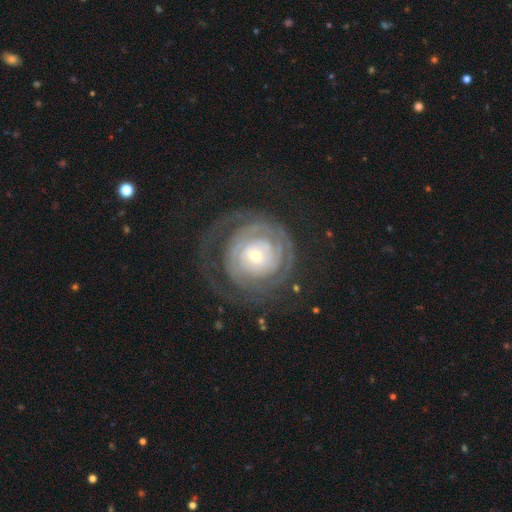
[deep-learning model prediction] The model was most divided on "spiral arm count": can't tell: 37%, 2: 27%, 1: 11%, 3: 11%, 4: 7%, more than 4: 7%. More confident: edge-on disk — no (97%); spiral arms — yes (89%); smooth or featured — featured or disk (83%); bar — no (80%); spiral winding — tight (80%); bulge size — small (72%); merging — none (67%).